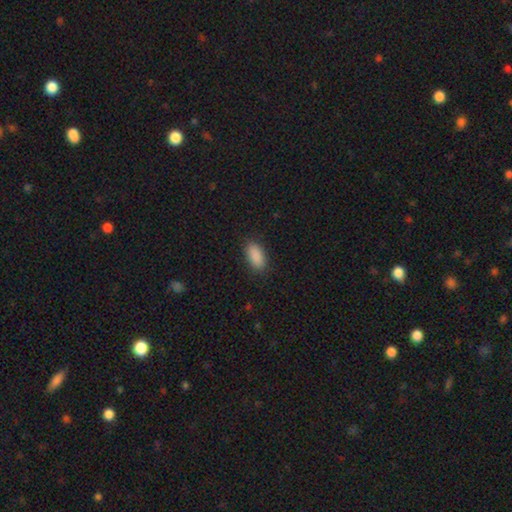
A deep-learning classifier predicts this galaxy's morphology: The model was most divided on "merging": none: 87%, minor disturbance: 9%, major disturbance: 2%, merger: 1%. More confident: how rounded — in between (91%); smooth or featured — smooth (90%).